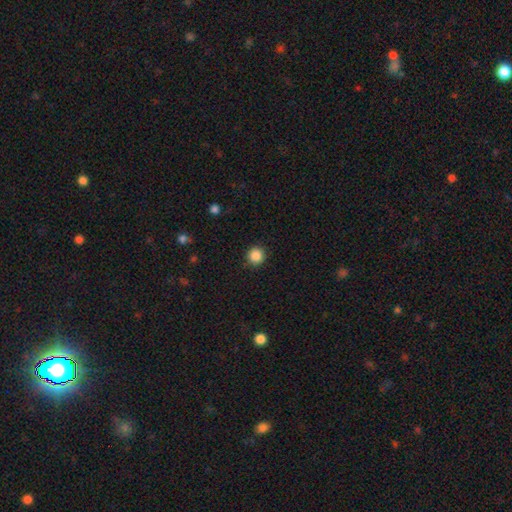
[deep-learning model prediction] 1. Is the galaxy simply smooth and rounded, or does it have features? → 87% smooth, 10% star or artifact, 3% featured or disk.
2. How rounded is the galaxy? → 94% round, 5% in between, 1% cigar-shaped.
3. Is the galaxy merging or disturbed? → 91% none, 6% minor disturbance, 2% major disturbance, 1% merger.